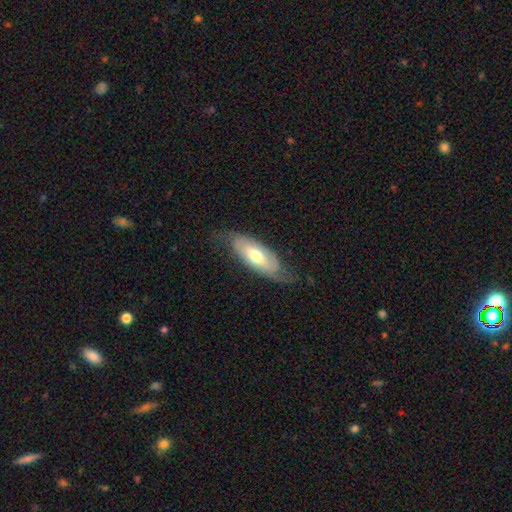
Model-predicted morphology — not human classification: Smooth or featured? featured or disk (50%)
Merging? none (61%)